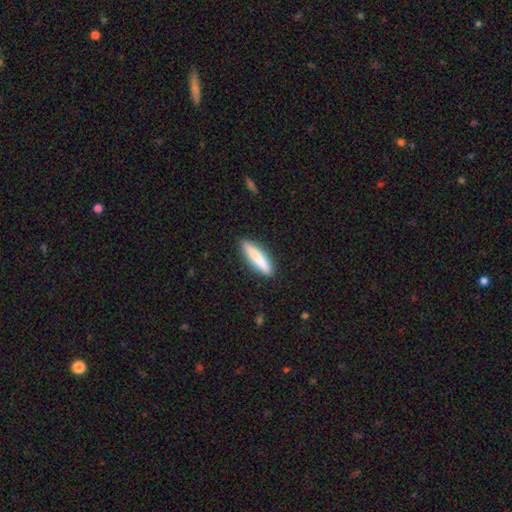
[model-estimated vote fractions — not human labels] A smooth galaxy with no disk features (79%) that is cigar-shaped (83%).

Vote fractions:
- Smooth or featured? smooth: 79% / featured or disk: 16% / star or artifact: 6%
- How rounded? cigar-shaped: 83% / in between: 15% / round: 1%
- Merging? none: 89% / minor disturbance: 8% / major disturbance: 2% / merger: 1%